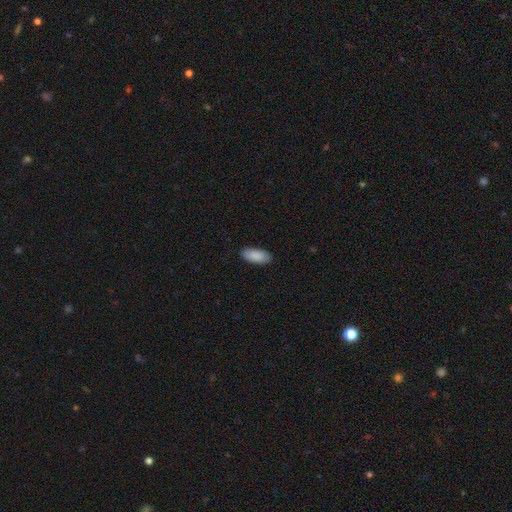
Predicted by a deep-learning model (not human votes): smooth 90%, star or artifact 6%, featured or disk 5%. Down the decision tree: how rounded — in between (89%); merging — none (88%).